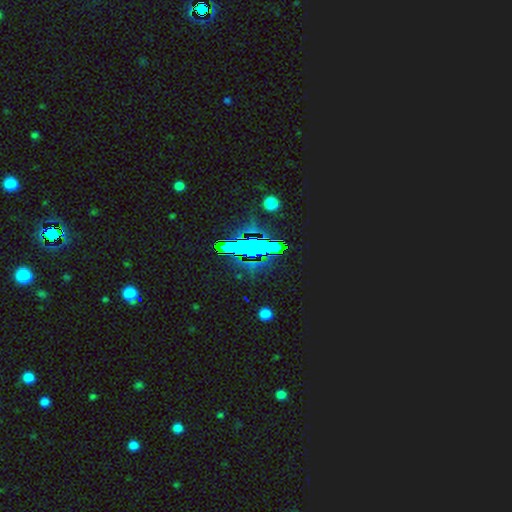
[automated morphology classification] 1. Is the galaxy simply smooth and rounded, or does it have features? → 78% star or artifact, 12% smooth, 10% featured or disk.